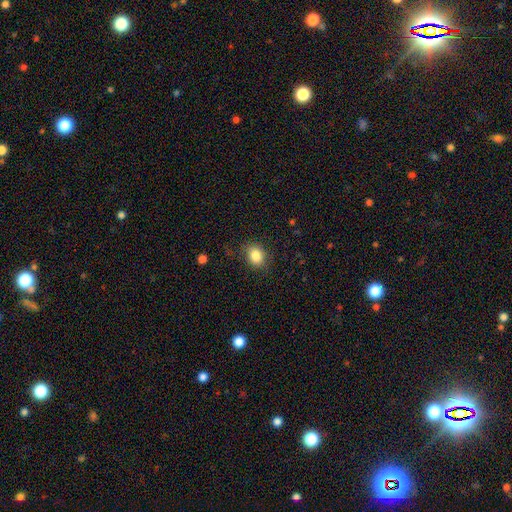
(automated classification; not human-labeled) smooth_or_featured: smooth (p=0.85) [alt: star or artifact p=0.10]
how_rounded: round (p=0.50) [alt: in between p=0.49]
merging: none (p=0.81) [alt: minor disturbance p=0.14]